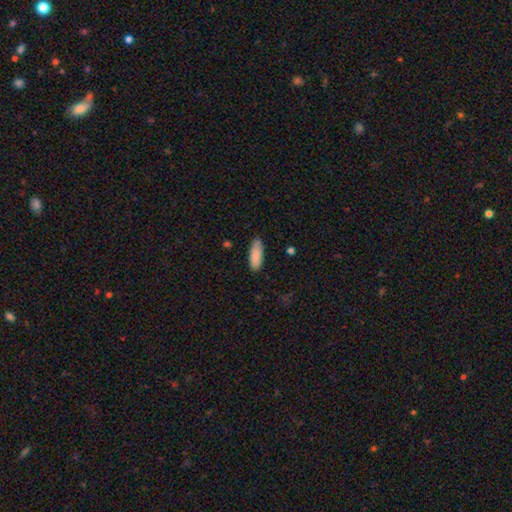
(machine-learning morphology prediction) smooth_or_featured: smooth (p=0.88) [alt: star or artifact p=0.06]
how_rounded: in between (p=0.71) [alt: cigar-shaped p=0.27]
merging: none (p=0.79) [alt: minor disturbance p=0.17]